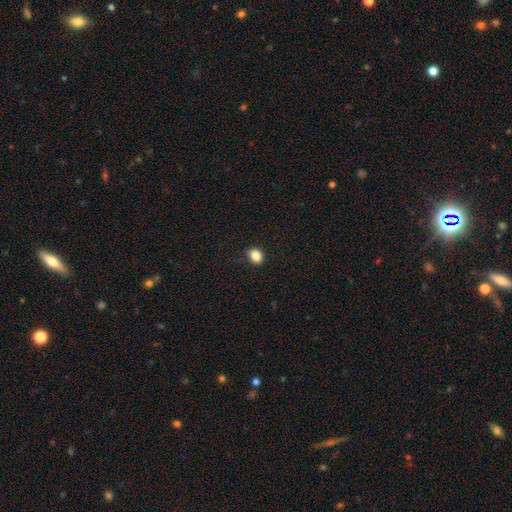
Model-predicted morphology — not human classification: Smooth or featured? smooth (84%)
How rounded? in between (53%)
Merging? none (82%)